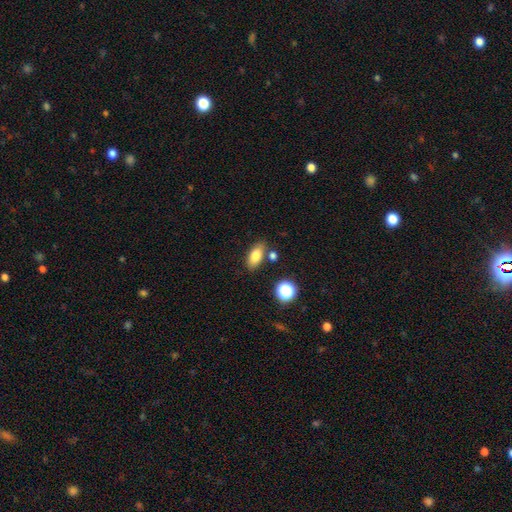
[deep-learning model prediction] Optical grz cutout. It shows a smooth galaxy with no disk features (79%) that is in between round and cigar-shaped (84%). Merging: none (76%).